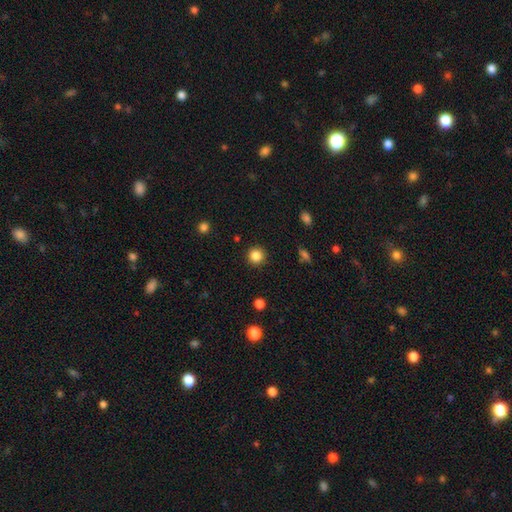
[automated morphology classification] Smooth or featured? smooth (84%)
How rounded? round (94%)
Merging? none (91%)